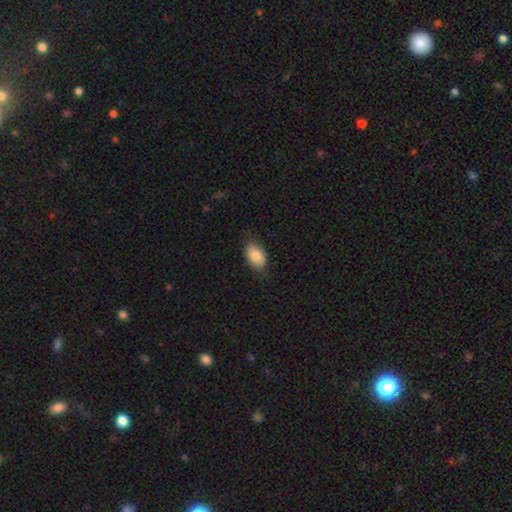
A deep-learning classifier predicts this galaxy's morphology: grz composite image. It shows a smooth galaxy with no disk features (83%) that is in between round and cigar-shaped (90%). Merging: none (80%).